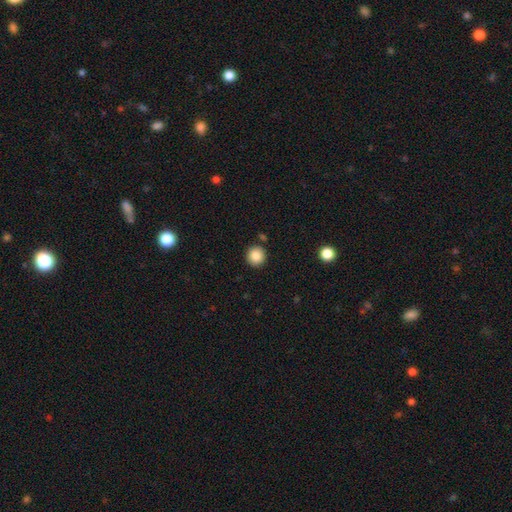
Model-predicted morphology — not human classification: Smooth or featured: smooth — 86% (star or artifact — 9%)
How rounded: round — 93% (in between — 6%)
Merging: none — 89% (minor disturbance — 6%)